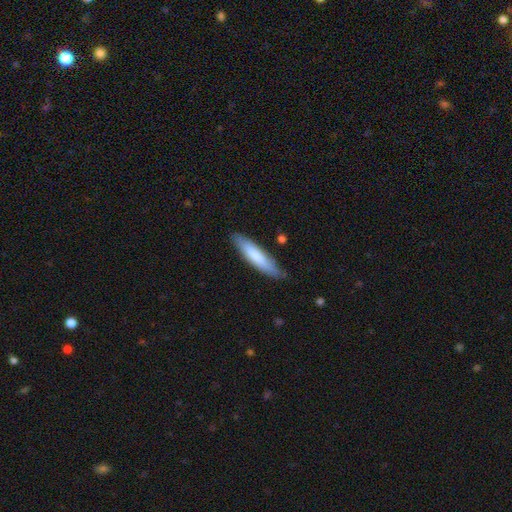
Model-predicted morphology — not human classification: This appears to be a smooth galaxy with no disk features (74%) that is cigar-shaped (79%). Merging: none (80%).